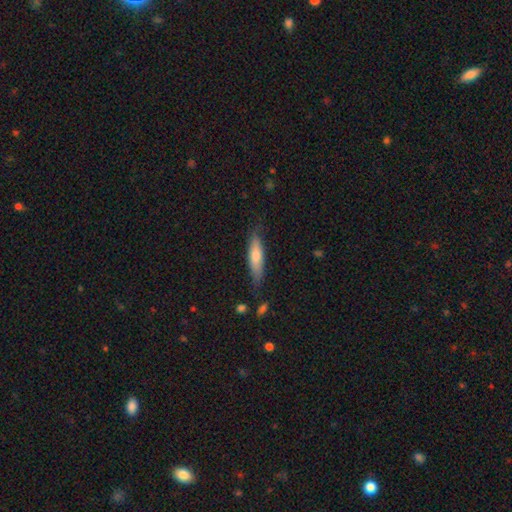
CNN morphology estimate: smooth_or_featured: smooth (p=0.58) [alt: featured or disk p=0.35]
how_rounded: cigar-shaped (p=0.78) [alt: in between p=0.21]
merging: none (p=0.78) [alt: minor disturbance p=0.17]